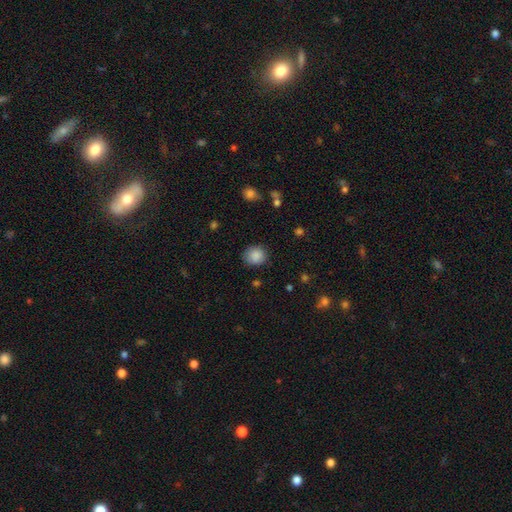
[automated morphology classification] smooth-or-featured: smooth: 87% | star or artifact: 9% | featured or disk: 4%
  how-rounded: round: 81% | in between: 19% | cigar-shaped: 1%
  merging: none: 84% | minor disturbance: 12% | major disturbance: 3% | merger: 1%